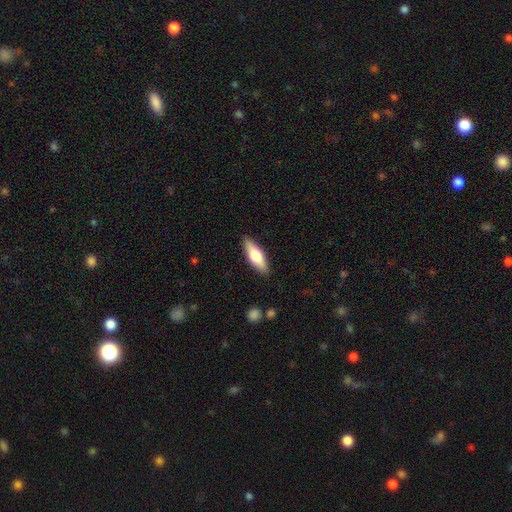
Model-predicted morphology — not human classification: This appears to be a smooth galaxy with no disk features (59%) that is in between round and cigar-shaped (54%). Merging: none (88%).